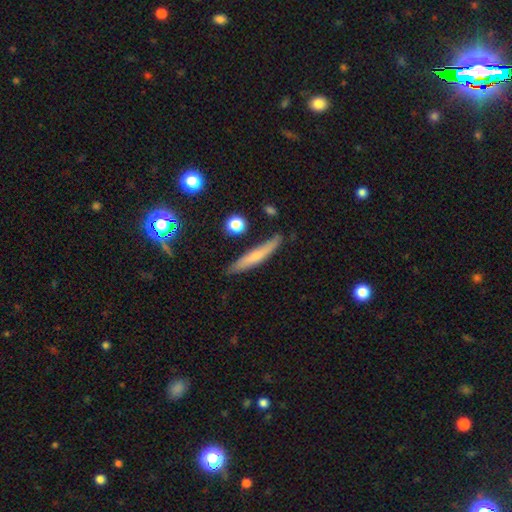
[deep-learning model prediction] This appears to be a smooth galaxy with no disk features (57%) that is cigar-shaped (91%). Merging: none (81%).